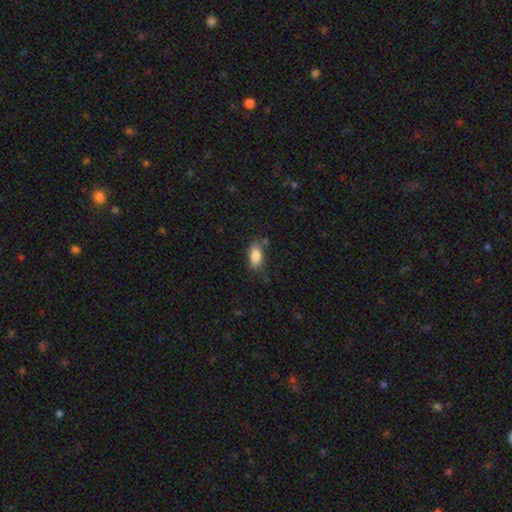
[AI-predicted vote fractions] Smooth or featured? Predicted: smooth (p=0.85). How rounded? Predicted: in between (p=0.90). Merging? Predicted: none (p=0.70).